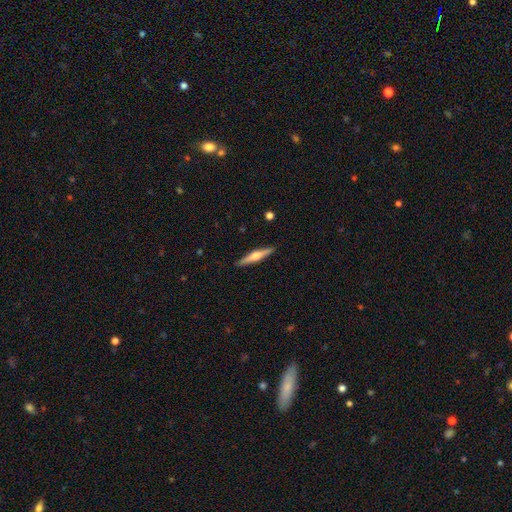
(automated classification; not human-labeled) A featured or disk galaxy (66%) viewed edge-on (98%) with a rounded central bulge (93%).

Vote fractions:
- Smooth or featured? featured or disk: 66% / smooth: 29% / star or artifact: 5%
- Edge-on disk? yes: 98% / no: 2%
- Edge-on bulge? rounded: 93% / boxy: 4% / none: 3%
- Merging? none: 91% / minor disturbance: 7% / major disturbance: 1% / merger: 1%